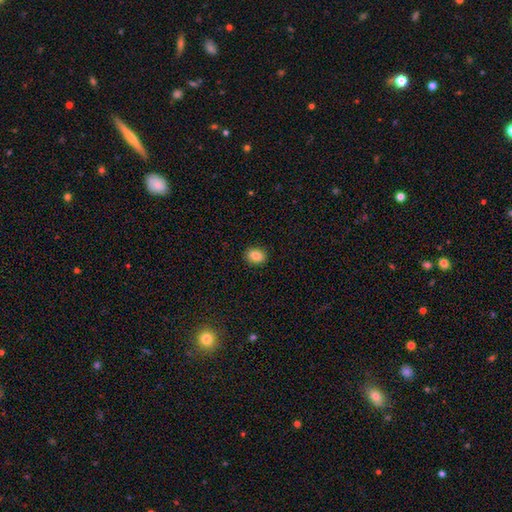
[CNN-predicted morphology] The model was most divided on "how rounded": in between: 59%, round: 40%, cigar-shaped: 1%. More confident: merging — none (90%); smooth or featured — smooth (85%).